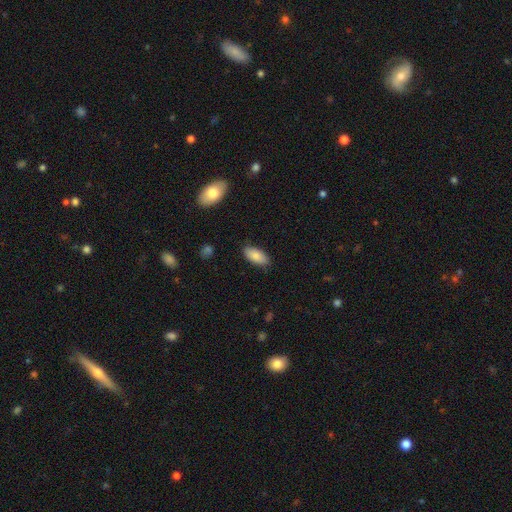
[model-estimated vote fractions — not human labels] The model was most divided on "merging": none: 84%, minor disturbance: 12%, major disturbance: 2%, merger: 1%. More confident: how rounded — in between (91%); smooth or featured — smooth (84%).